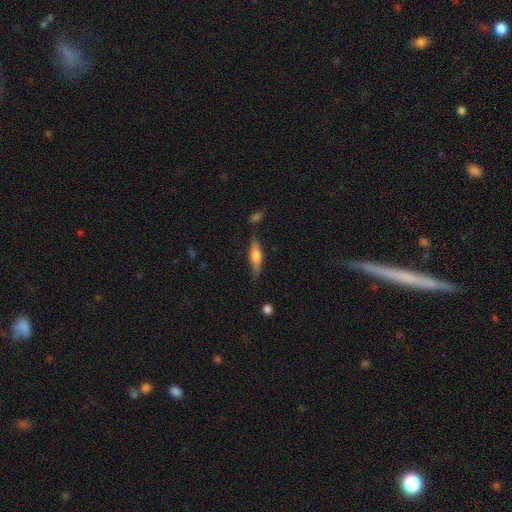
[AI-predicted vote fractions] Morphology: type=smooth (55%); roundness=cigar-shaped (65%); merging=none (75%).